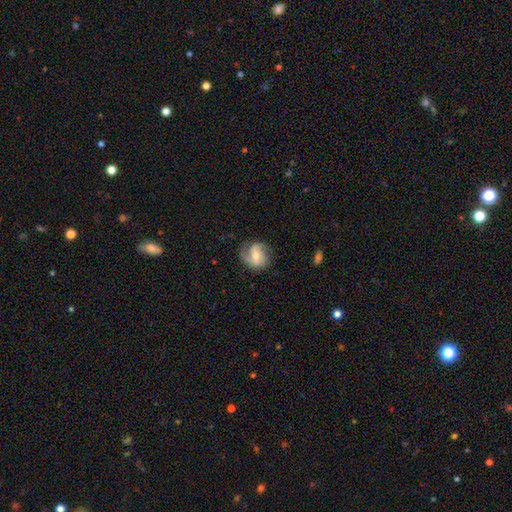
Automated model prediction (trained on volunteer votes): Smooth or featured? Predicted: featured or disk (p=0.66). Edge-on disk? Predicted: no (p=0.97). Bar? Predicted: weak (p=0.44). Spiral arms? Predicted: yes (p=0.90). Spiral winding? Predicted: medium (p=0.44). Spiral arm count? Predicted: 2 (p=0.71). Bulge size? Predicted: moderate (p=0.52). Merging? Predicted: none (p=0.66).